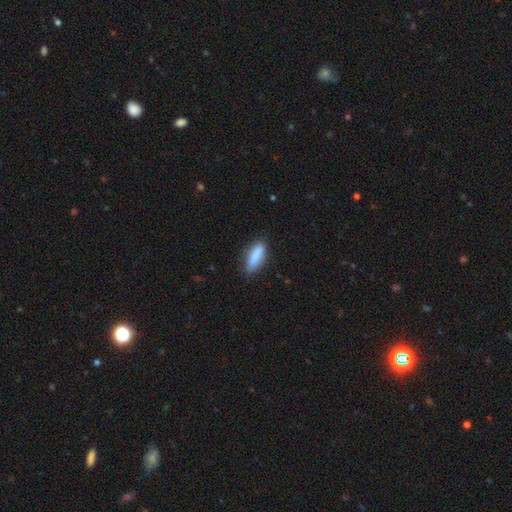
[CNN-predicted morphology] A smooth galaxy with no disk features (86%) that is in between round and cigar-shaped (56%). Merging: none (79%).